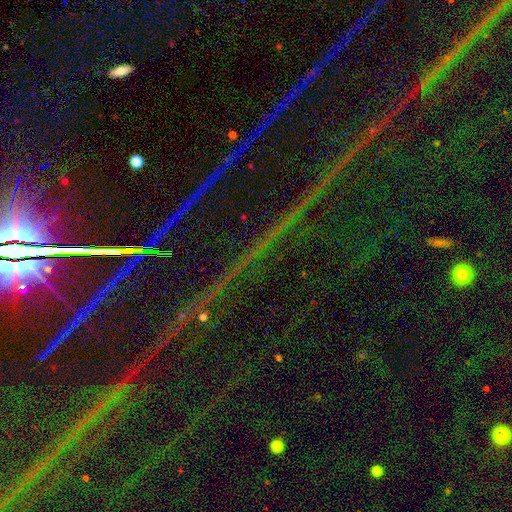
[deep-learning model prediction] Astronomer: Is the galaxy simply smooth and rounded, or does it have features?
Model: star or artifact — 86%.